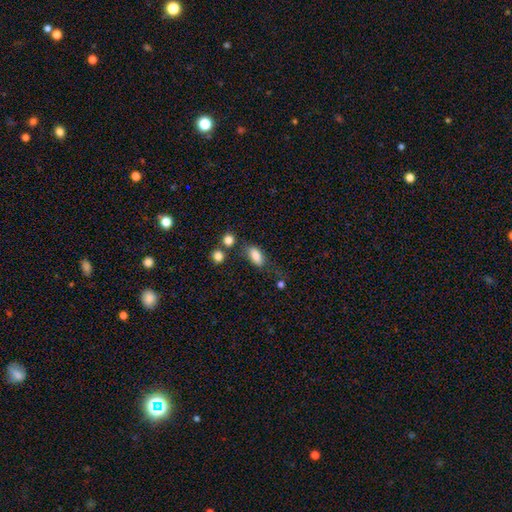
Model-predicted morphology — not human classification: type=smooth (84%); roundness=in between (88%); merging=none (61%).